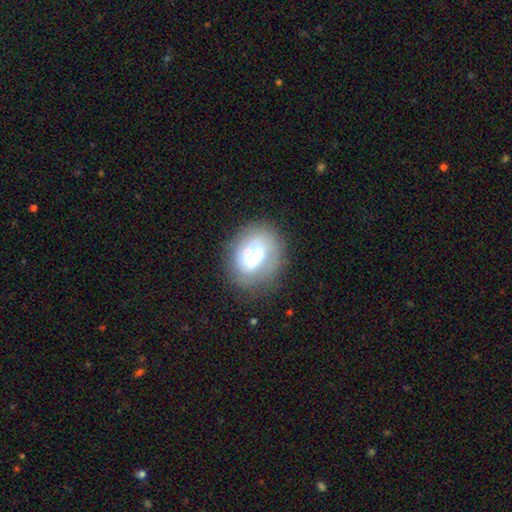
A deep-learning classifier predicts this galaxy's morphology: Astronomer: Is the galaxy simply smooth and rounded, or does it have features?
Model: featured or disk — 47% (runner-up: smooth, 42%).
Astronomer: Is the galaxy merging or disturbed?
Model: none — 50%.